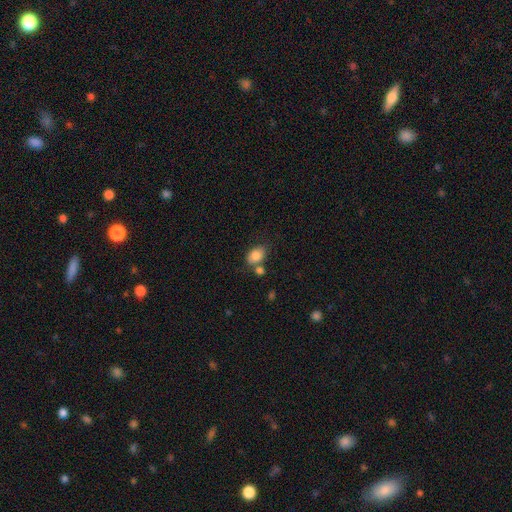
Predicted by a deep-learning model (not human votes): This is clearly a smooth galaxy (83%). How rounded: likely in between (77%). Merging: possibly none (57%).